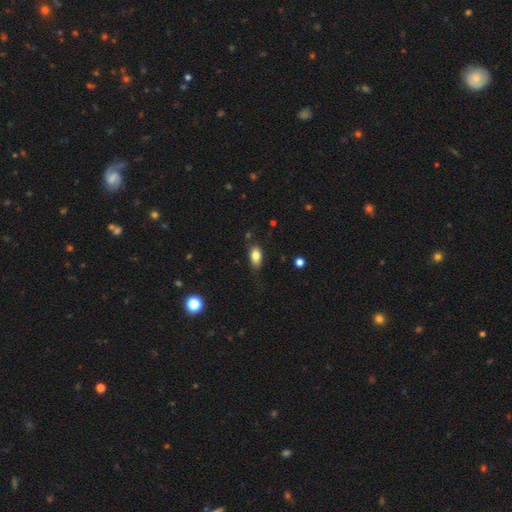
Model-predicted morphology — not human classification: type=smooth (82%); roundness=in between (87%); merging=none (73%).